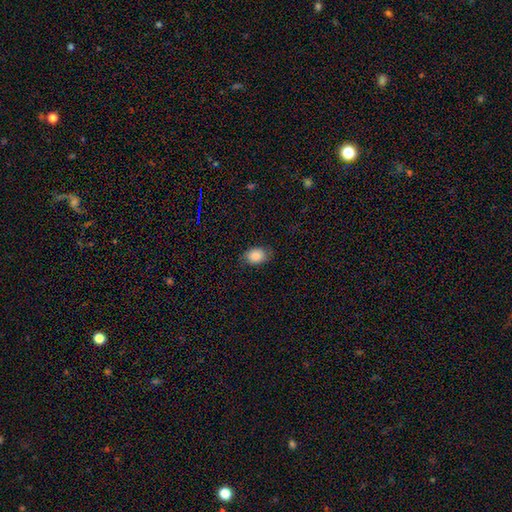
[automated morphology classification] smooth-or-featured: smooth: 85% | star or artifact: 8% | featured or disk: 7%
  how-rounded: in between: 73% | round: 26% | cigar-shaped: 1%
  merging: none: 79% | minor disturbance: 16% | major disturbance: 4% | merger: 1%